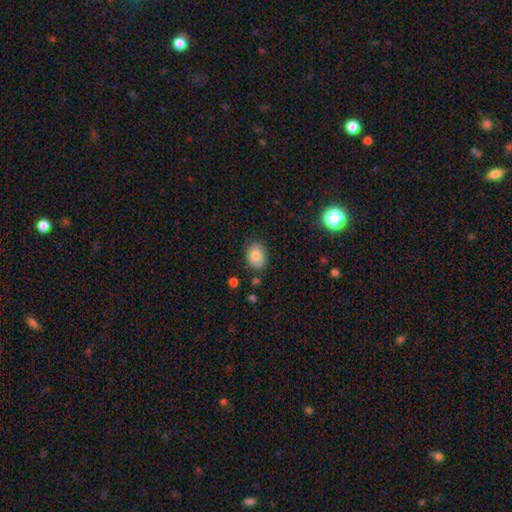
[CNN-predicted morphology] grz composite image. It shows a smooth galaxy with no disk features (83%) that is in between round and cigar-shaped (72%). Merging: none (77%).